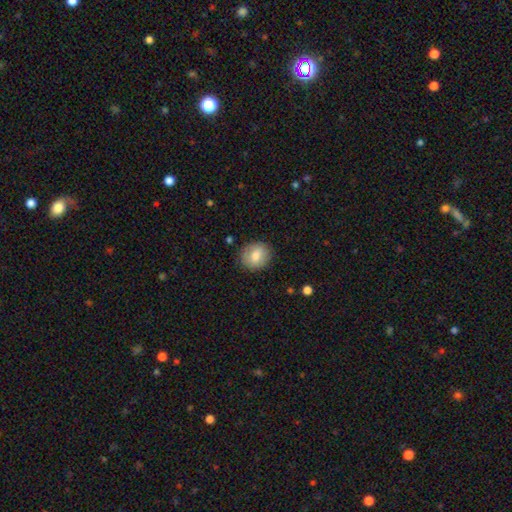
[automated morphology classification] A smooth galaxy with no disk features (77%) that is round (72%). Merging: none (85%).